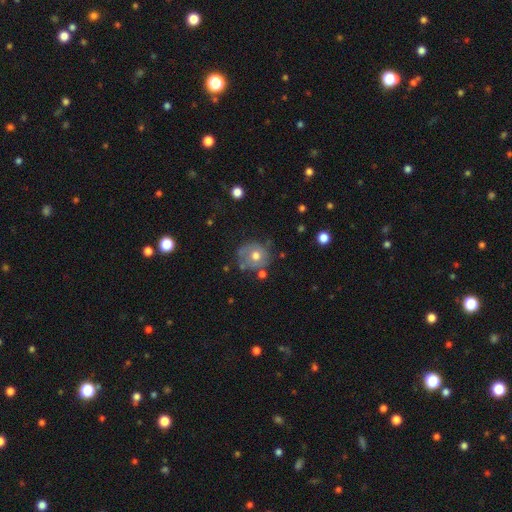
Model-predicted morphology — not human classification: smooth-or-featured: smooth: 59% | featured or disk: 31% | star or artifact: 10%
  how-rounded: round: 83% | in between: 16% | cigar-shaped: 1%
  merging: none: 62% | minor disturbance: 22% | major disturbance: 9% | merger: 7%